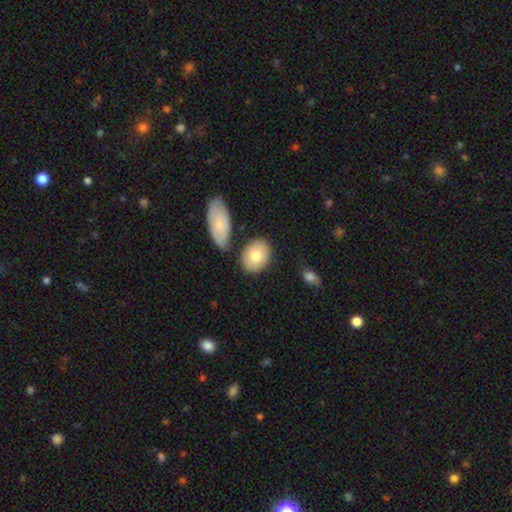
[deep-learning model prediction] Q: Smooth or featured?
A: smooth (76%); runner-up: featured or disk (18%)
Q: How rounded?
A: in between (64%); runner-up: round (35%)
Q: Merging?
A: none (73%); runner-up: minor disturbance (13%)